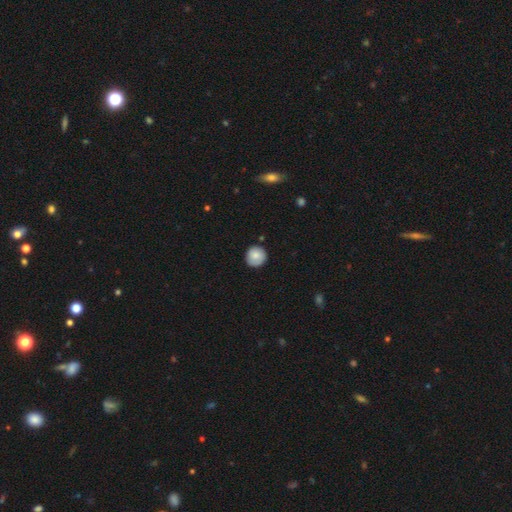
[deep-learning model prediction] Smooth or featured: smooth — 80% (featured or disk — 13%)
How rounded: round — 93% (in between — 6%)
Merging: none — 83% (minor disturbance — 13%)